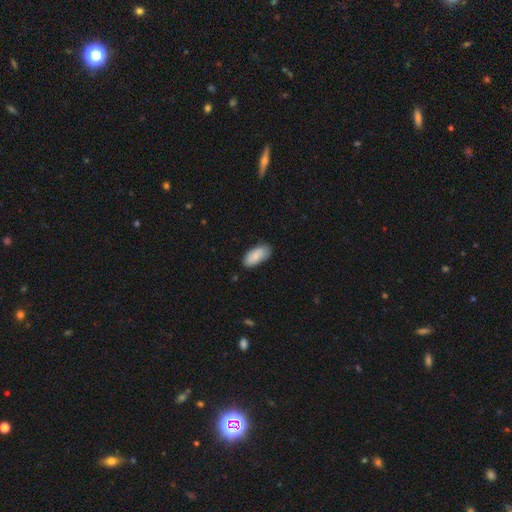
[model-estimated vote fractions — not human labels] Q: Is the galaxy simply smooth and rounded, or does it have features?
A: smooth — 86%.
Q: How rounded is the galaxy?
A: in between — 91%.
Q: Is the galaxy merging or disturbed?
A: none — 82%.